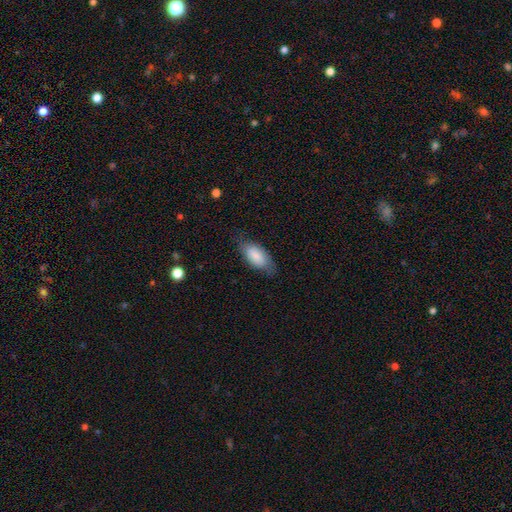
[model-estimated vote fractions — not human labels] smooth 80%, featured or disk 14%, star or artifact 6%. Down the decision tree: how rounded — in between (91%); merging — none (69%).